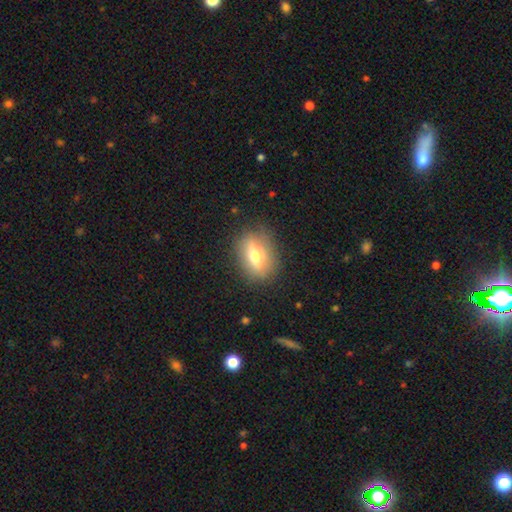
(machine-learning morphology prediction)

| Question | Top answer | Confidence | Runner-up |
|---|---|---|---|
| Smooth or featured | smooth | 58% | featured or disk (32%) |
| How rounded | in between | 65% | round (29%) |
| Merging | none | 81% | minor disturbance (13%) |